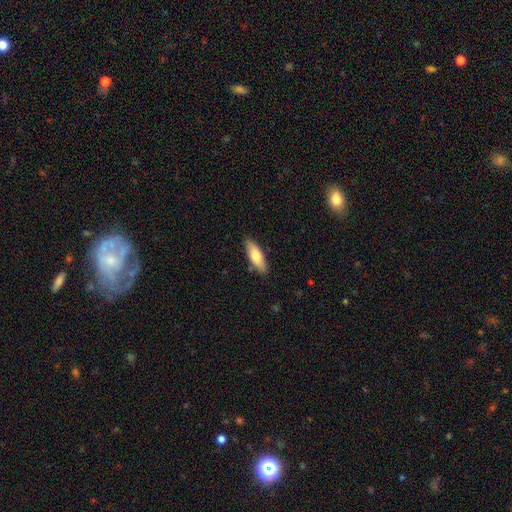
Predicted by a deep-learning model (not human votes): smooth 76%, featured or disk 18%, star or artifact 6%. Down the decision tree: how rounded — in between (58%); merging — none (85%).